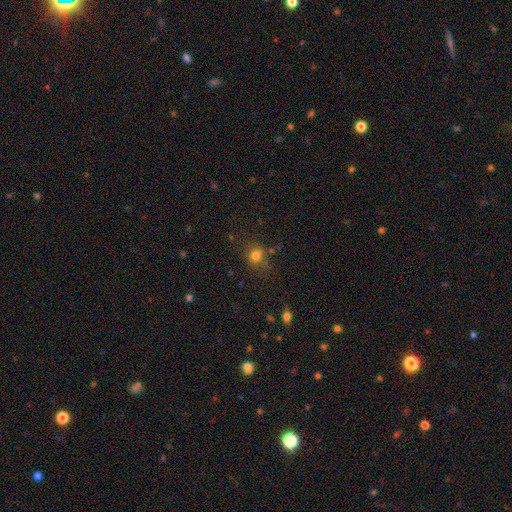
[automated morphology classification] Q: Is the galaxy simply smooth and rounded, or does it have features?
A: smooth — 77%.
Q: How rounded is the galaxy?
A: round — 81%.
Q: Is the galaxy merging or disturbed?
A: none — 74%.